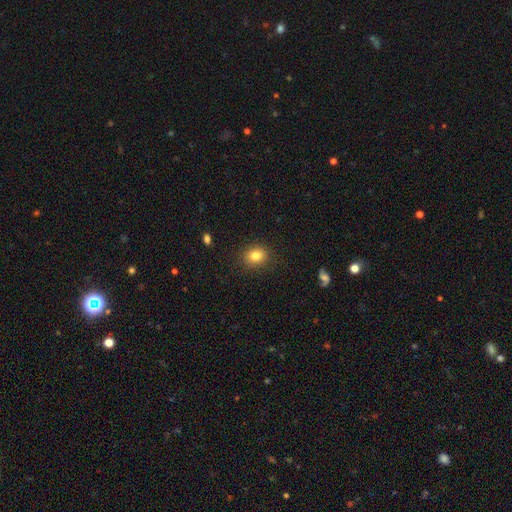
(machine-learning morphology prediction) Smooth or featured? smooth (82%)
How rounded? round (57%)
Merging? none (88%)